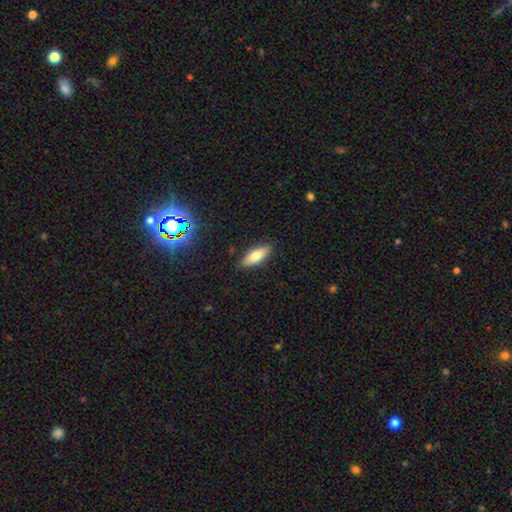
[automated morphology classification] A smooth galaxy with no disk features (73%) that is in between round and cigar-shaped (63%).

Vote fractions:
- Smooth or featured? smooth: 73% / featured or disk: 20% / star or artifact: 7%
- How rounded? in between: 63% / cigar-shaped: 34% / round: 2%
- Merging? none: 87% / minor disturbance: 9% / major disturbance: 2% / merger: 1%